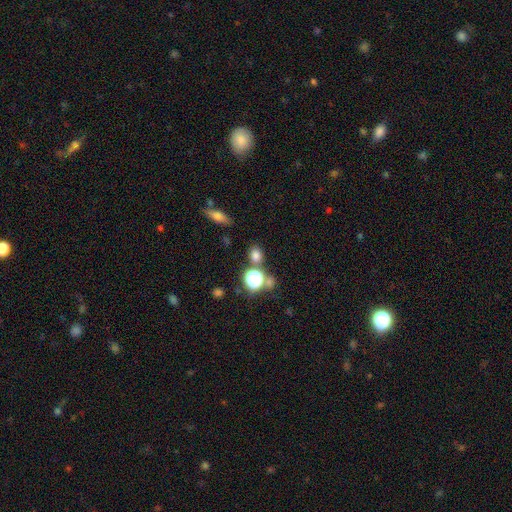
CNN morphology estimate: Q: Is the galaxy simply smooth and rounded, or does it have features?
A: smooth — 71%.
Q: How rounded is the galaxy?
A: round — 68%.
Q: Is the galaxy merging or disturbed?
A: none — 74%.